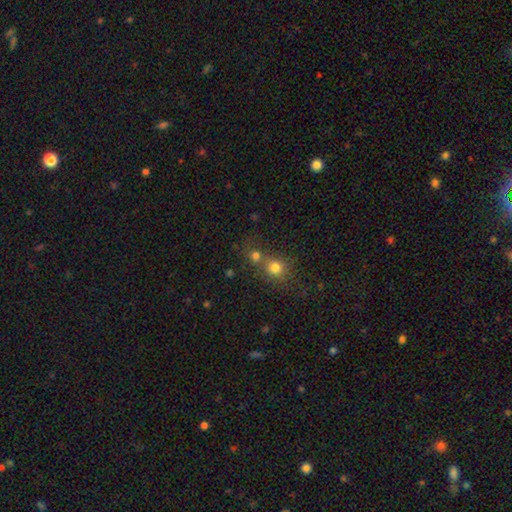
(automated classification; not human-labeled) Overall: smooth (73%). How rounded: round (84%). Merging: none (48%; merger 42%).